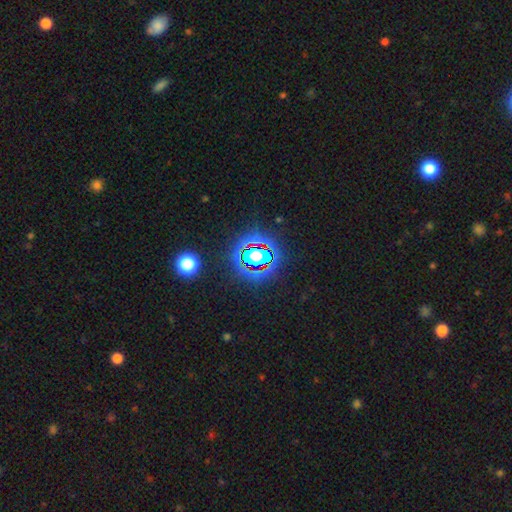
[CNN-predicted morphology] Smooth or featured? Predicted: star or artifact (p=0.67).